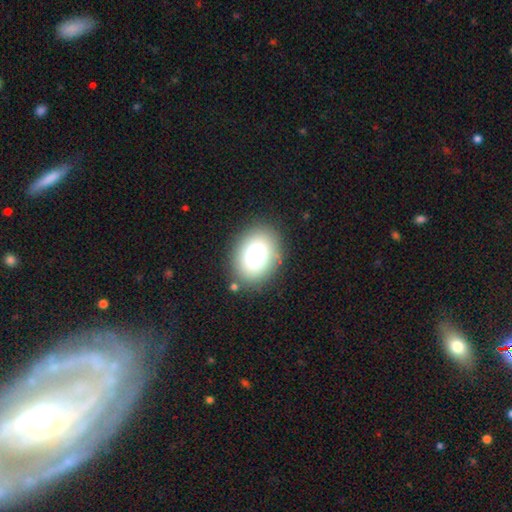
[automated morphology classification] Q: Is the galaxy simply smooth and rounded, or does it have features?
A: smooth — 74%.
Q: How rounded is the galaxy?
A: in between — 57%.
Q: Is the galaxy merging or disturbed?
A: none — 84%.